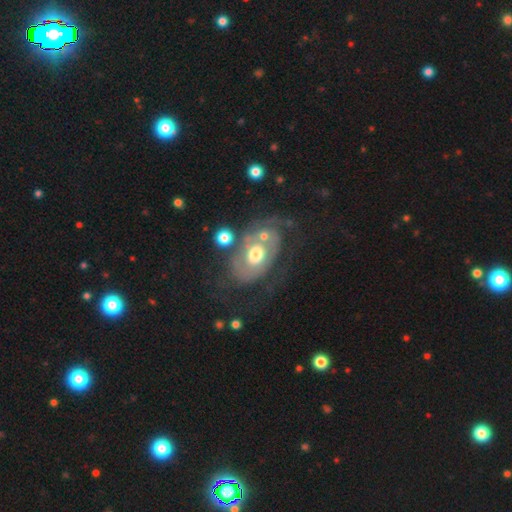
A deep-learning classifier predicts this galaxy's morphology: This is likely a featured or disk galaxy (74%). It is clearly not viewed edge-on (96%). Bar: likely no (80%). Spiral arm pattern: likely yes (68%). Central bulge: likely moderate (73%). Merging: possibly none (47%).